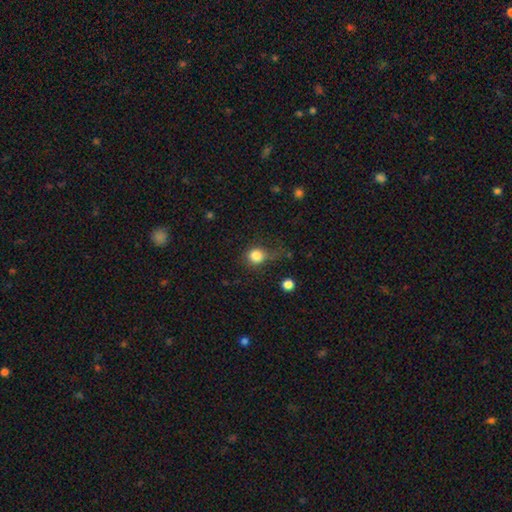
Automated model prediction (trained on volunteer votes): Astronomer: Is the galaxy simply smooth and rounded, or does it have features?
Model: smooth — 83%.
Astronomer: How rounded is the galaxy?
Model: round — 85%.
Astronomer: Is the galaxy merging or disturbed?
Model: none — 55%.